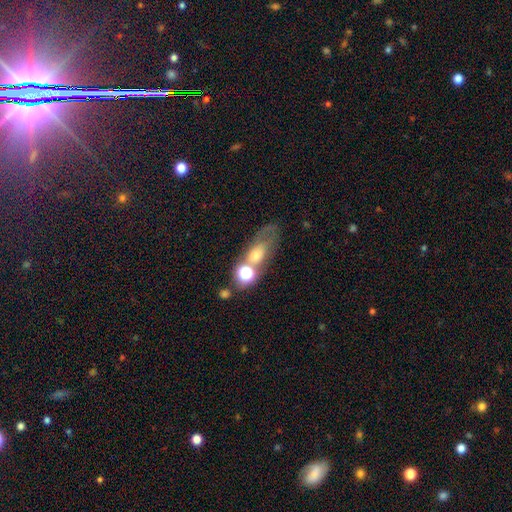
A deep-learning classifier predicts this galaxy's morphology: Overall: smooth (47%; featured or disk 34%). Merging: none (40%; merger 29%).